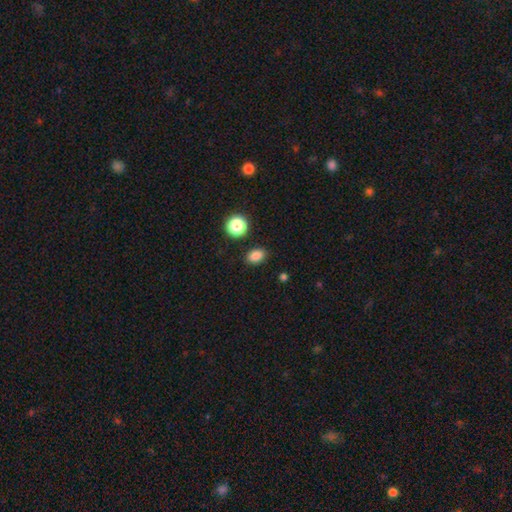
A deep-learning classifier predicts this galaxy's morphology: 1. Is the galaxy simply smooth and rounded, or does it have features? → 85% smooth, 11% star or artifact, 4% featured or disk.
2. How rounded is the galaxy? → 71% in between, 27% round, 1% cigar-shaped.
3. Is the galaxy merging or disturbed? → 86% none, 9% minor disturbance, 3% merger, 3% major disturbance.